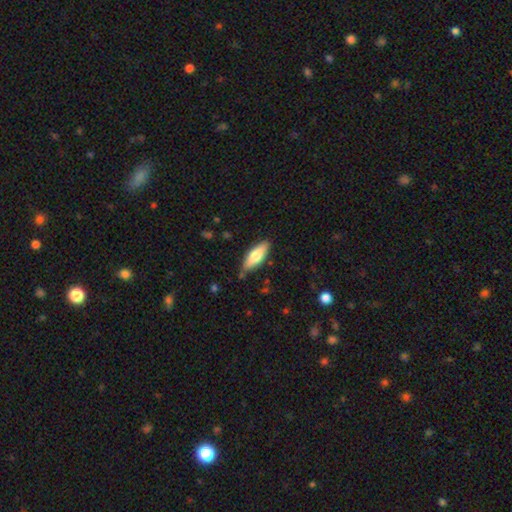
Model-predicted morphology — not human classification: This is likely a smooth galaxy (69%). How rounded: likely in between (64%). Merging: clearly none (80%).